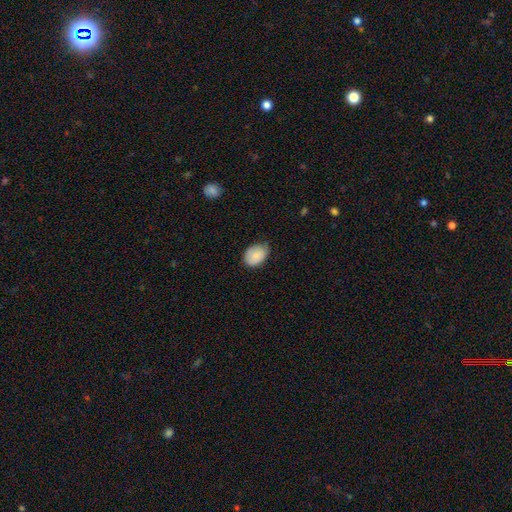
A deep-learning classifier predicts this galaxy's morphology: Q: Smooth or featured?
A: smooth (85%); runner-up: featured or disk (8%)
Q: How rounded?
A: in between (74%); runner-up: round (25%)
Q: Merging?
A: none (63%); runner-up: minor disturbance (32%)